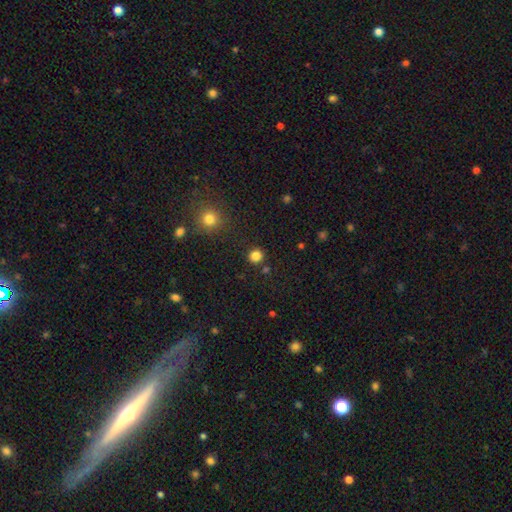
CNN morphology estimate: Smooth or featured? Predicted: smooth (p=0.82). How rounded? Predicted: round (p=0.91). Merging? Predicted: none (p=0.88).